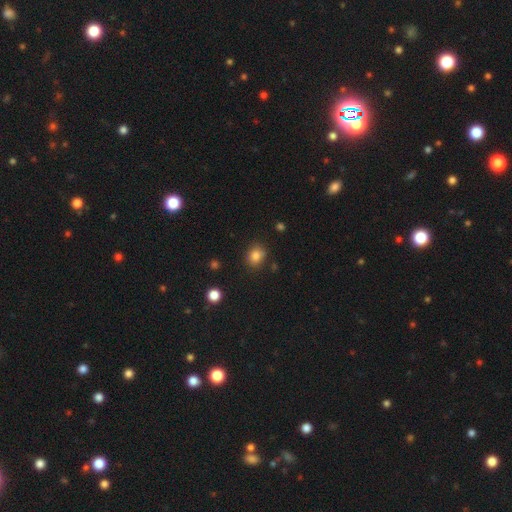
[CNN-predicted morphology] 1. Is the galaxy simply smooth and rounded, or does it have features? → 83% smooth, 11% star or artifact, 5% featured or disk.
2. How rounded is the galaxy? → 63% round, 36% in between, 1% cigar-shaped.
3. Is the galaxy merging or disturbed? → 83% none, 11% minor disturbance, 3% major disturbance, 2% merger.